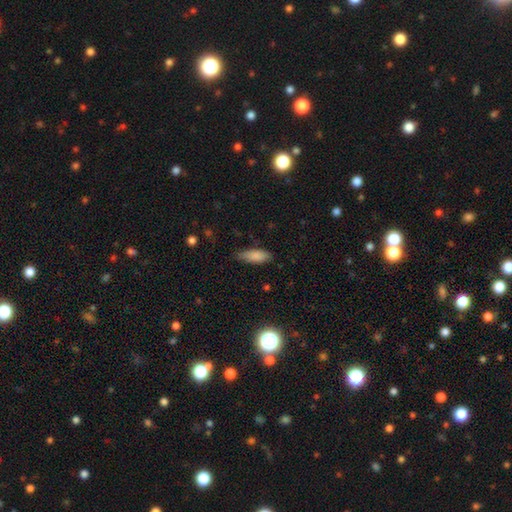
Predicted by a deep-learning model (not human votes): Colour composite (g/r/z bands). It shows a smooth galaxy with no disk features (86%) that is in between round and cigar-shaped (73%). Merging: none (76%).